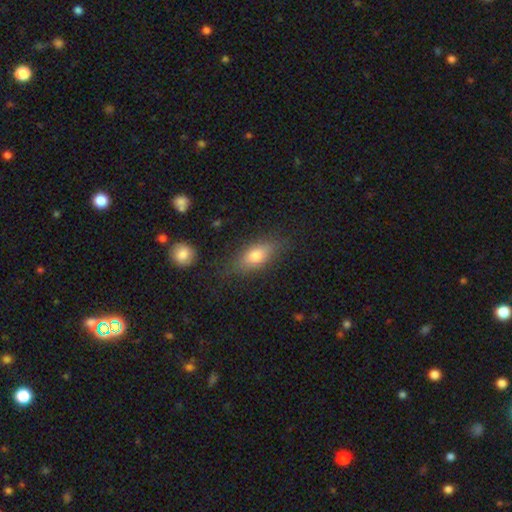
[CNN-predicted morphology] A smooth galaxy with no disk features (71%) that is in between round and cigar-shaped (76%). Merging: none (78%).